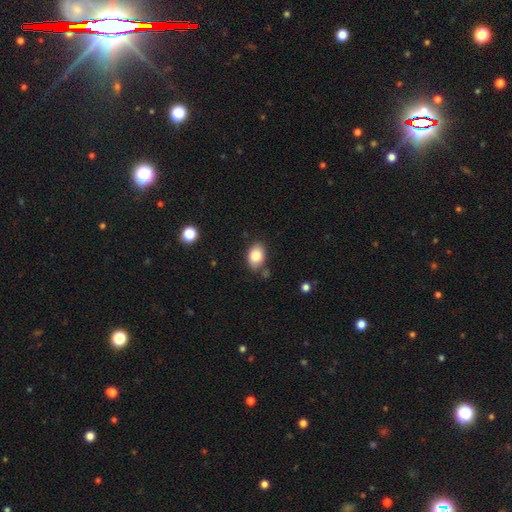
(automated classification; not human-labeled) smooth 85%, star or artifact 8%, featured or disk 7%. Down the decision tree: how rounded — in between (82%); merging — none (75%).